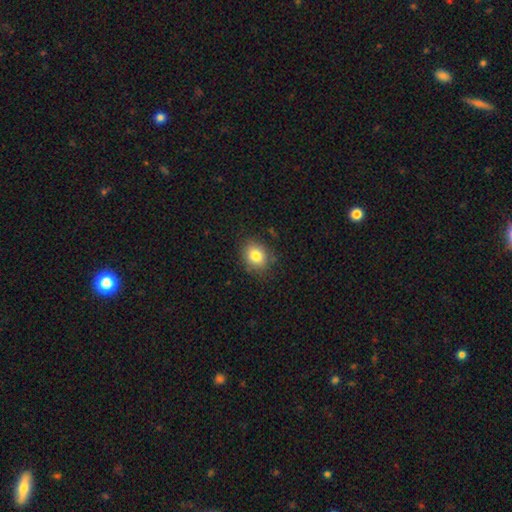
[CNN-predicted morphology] The model was most divided on "how rounded": round: 56%, in between: 43%, cigar-shaped: 1%. More confident: smooth or featured — smooth (82%); merging — none (82%).